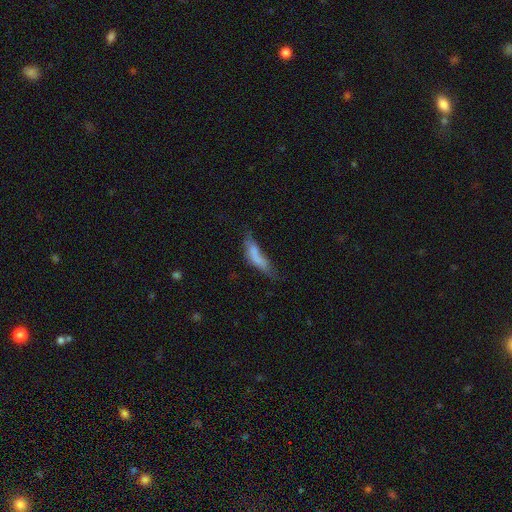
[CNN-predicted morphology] smooth_or_featured: smooth (p=0.64) [alt: featured or disk p=0.26]
how_rounded: cigar-shaped (p=0.55) [alt: in between p=0.42]
merging: none (p=0.30) [alt: major disturbance p=0.27]